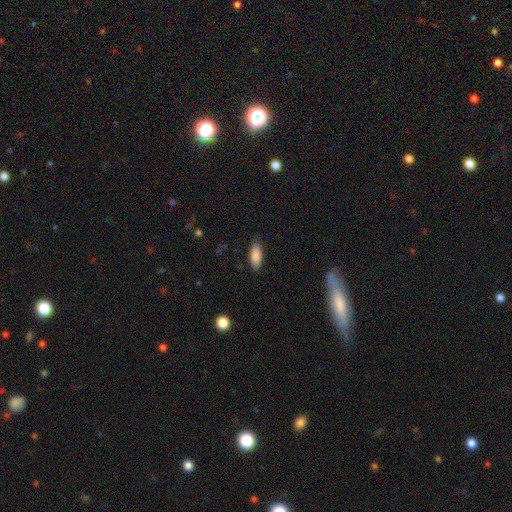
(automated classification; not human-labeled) Q: Smooth or featured?
A: smooth (87%); runner-up: featured or disk (7%)
Q: How rounded?
A: in between (79%); runner-up: cigar-shaped (19%)
Q: Merging?
A: none (84%); runner-up: minor disturbance (12%)